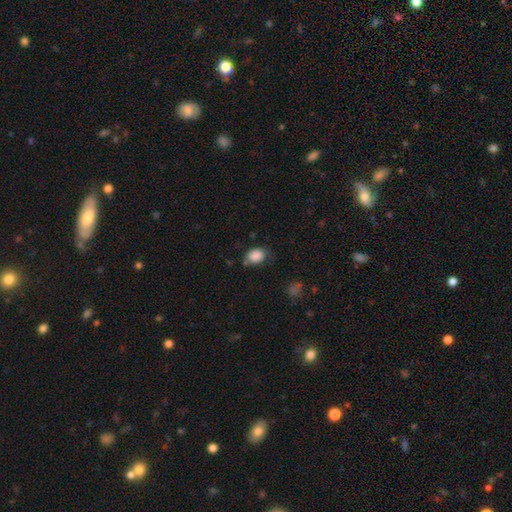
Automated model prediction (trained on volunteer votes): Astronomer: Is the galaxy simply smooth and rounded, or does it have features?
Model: smooth — 87%.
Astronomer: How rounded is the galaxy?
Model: in between — 64%.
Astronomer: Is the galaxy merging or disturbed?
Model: none — 63%.